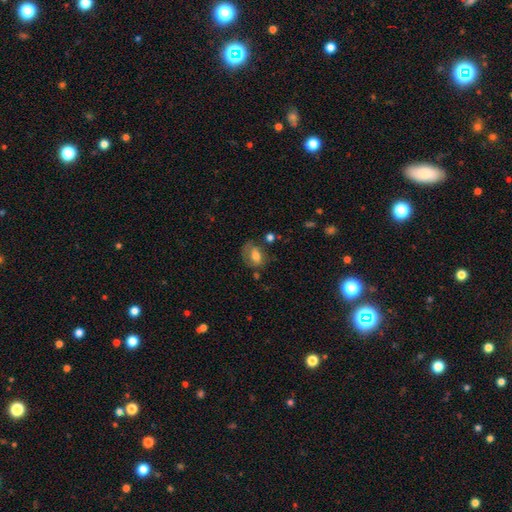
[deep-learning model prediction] Q: Smooth or featured?
A: smooth (61%); runner-up: featured or disk (30%)
Q: How rounded?
A: in between (73%); runner-up: round (26%)
Q: Merging?
A: none (47%); runner-up: minor disturbance (27%)